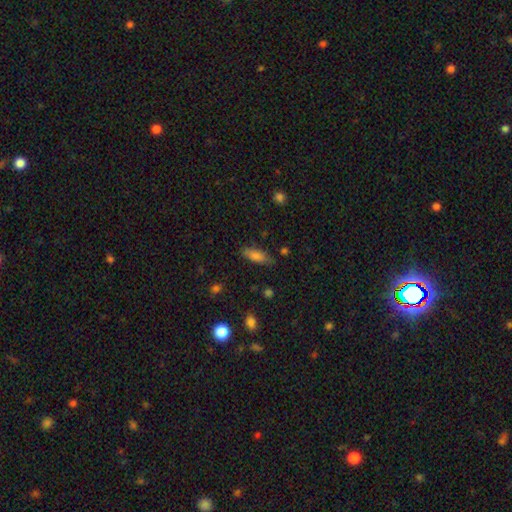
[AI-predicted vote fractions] smooth 78%, featured or disk 14%, star or artifact 8%. Down the decision tree: how rounded — in between (63%); merging — none (79%).